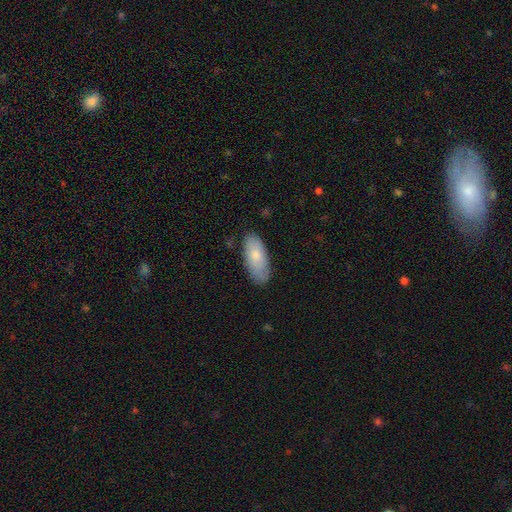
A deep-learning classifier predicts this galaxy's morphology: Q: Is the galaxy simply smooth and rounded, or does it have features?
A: smooth — 78%.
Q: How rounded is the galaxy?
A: in between — 86%.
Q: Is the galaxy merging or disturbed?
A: none — 78%.